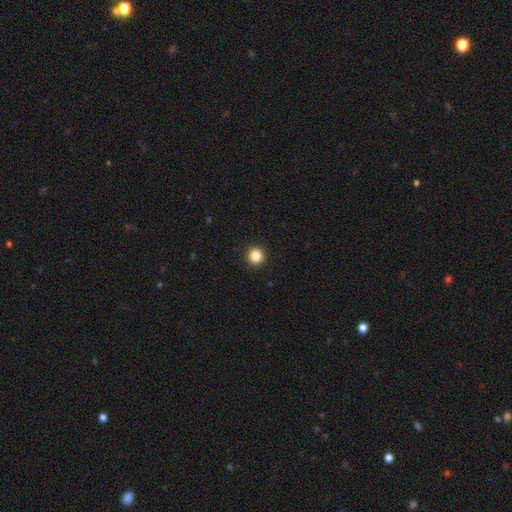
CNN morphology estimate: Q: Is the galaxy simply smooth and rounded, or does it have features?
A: smooth — 87%.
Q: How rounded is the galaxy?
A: round — 90%.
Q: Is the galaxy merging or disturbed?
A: none — 91%.